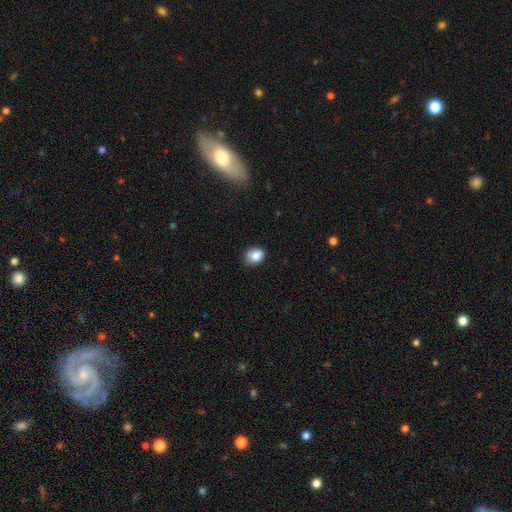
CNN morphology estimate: The model was most divided on "how rounded": in between: 53%, round: 46%, cigar-shaped: 1%. More confident: smooth or featured — smooth (82%); merging — none (68%).